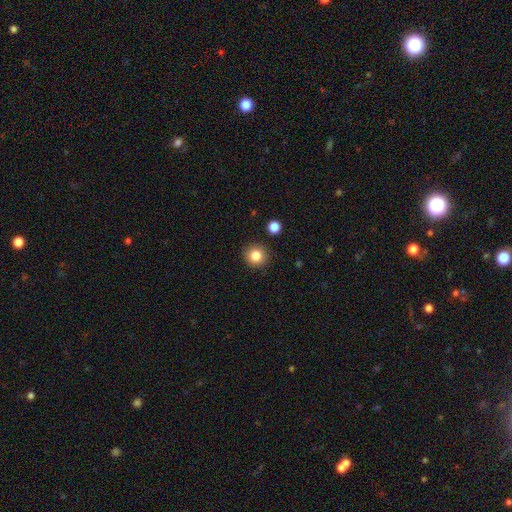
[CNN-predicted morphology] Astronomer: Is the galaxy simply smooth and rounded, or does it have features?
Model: smooth — 84%.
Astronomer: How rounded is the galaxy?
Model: round — 93%.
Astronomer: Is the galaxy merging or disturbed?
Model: none — 90%.